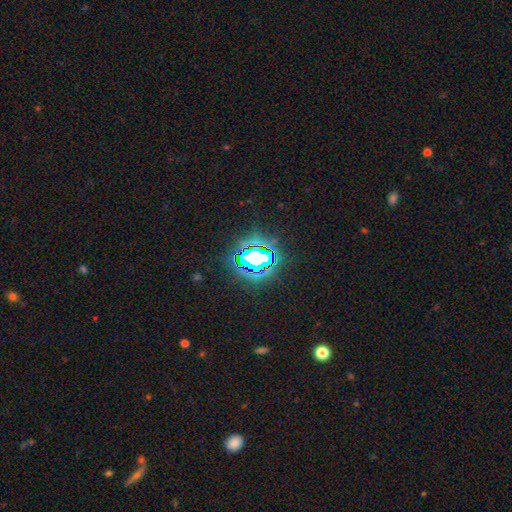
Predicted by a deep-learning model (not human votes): Q: Smooth or featured?
A: star or artifact (71%); runner-up: smooth (18%)